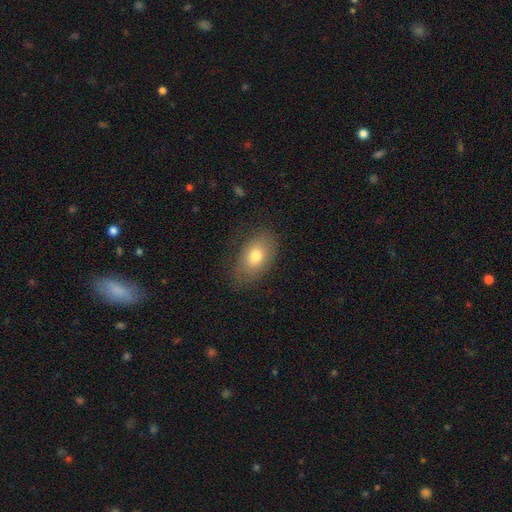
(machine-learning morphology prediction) Overall: smooth (75%). How rounded: in between (86%). Merging: none (75%).